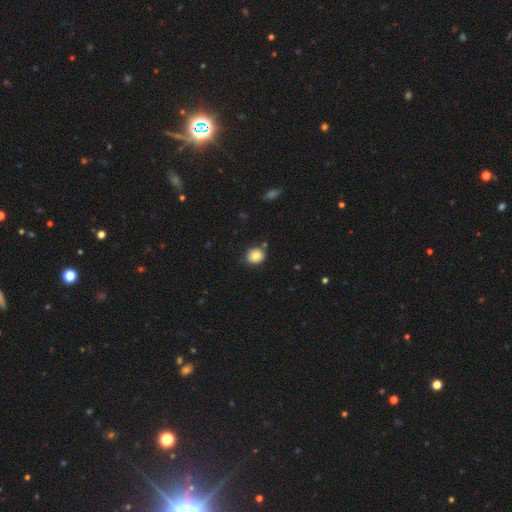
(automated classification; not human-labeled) smooth 83%, star or artifact 9%, featured or disk 8%. Down the decision tree: how rounded — round (76%); merging — none (83%).